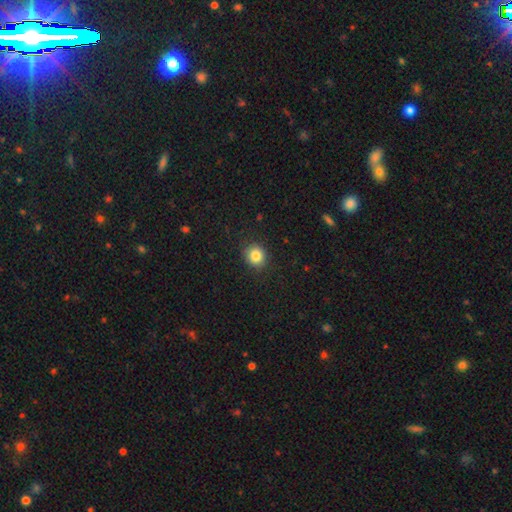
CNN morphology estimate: smooth-or-featured: smooth: 84% | star or artifact: 10% | featured or disk: 5%
  how-rounded: round: 83% | in between: 16% | cigar-shaped: 1%
  merging: none: 88% | minor disturbance: 8% | major disturbance: 2% | merger: 1%